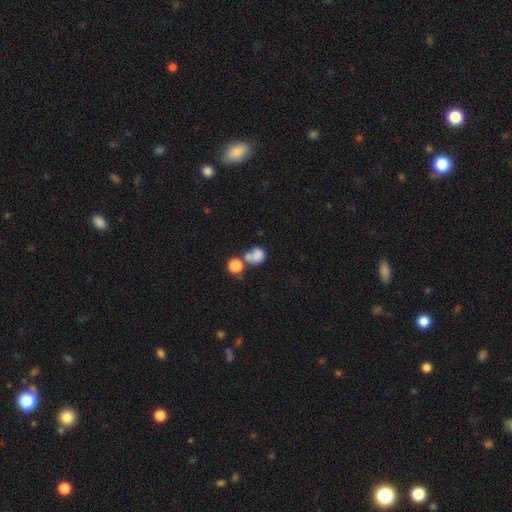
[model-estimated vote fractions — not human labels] Morphology: type=smooth (77%); roundness=round (66%); merging=merger (49%).